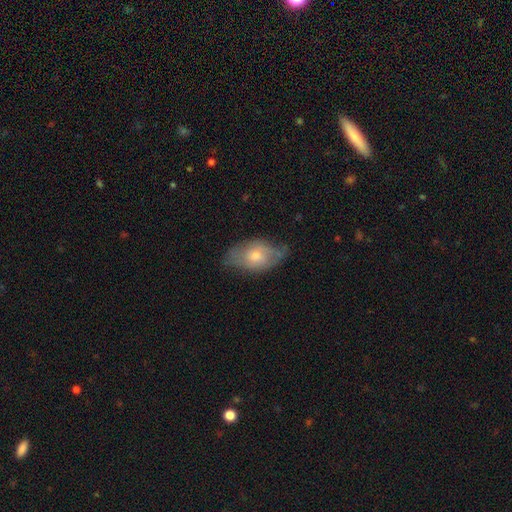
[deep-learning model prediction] The model was most divided on "smooth or featured": smooth: 53%, featured or disk: 40%, star or artifact: 7%. More confident: how rounded — in between (89%); merging — none (58%).